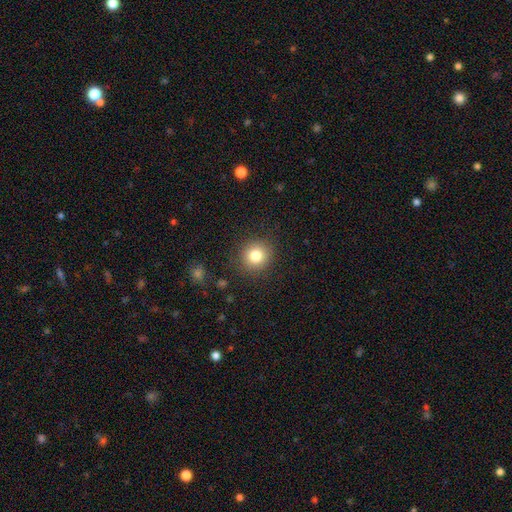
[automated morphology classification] Smooth or featured: smooth — 81% (star or artifact — 11%)
How rounded: round — 90% (in between — 9%)
Merging: none — 88% (minor disturbance — 8%)